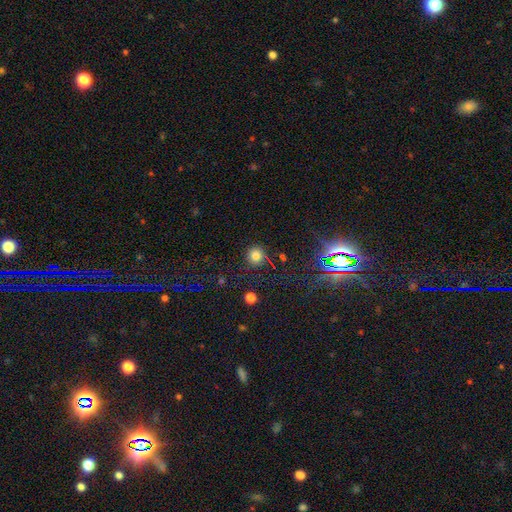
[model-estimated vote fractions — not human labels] Q: Smooth or featured?
A: smooth (76%); runner-up: star or artifact (19%)
Q: How rounded?
A: round (92%); runner-up: in between (7%)
Q: Merging?
A: none (83%); runner-up: minor disturbance (10%)